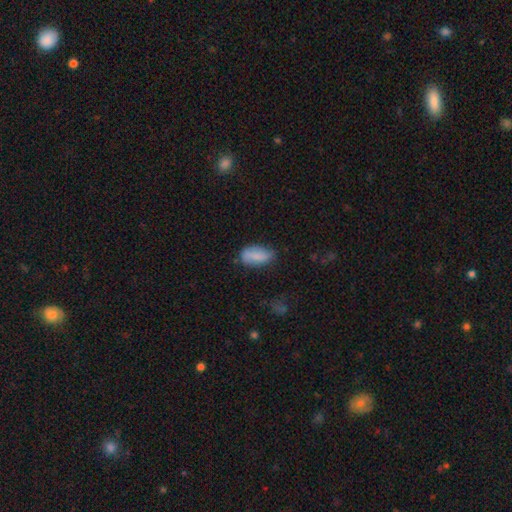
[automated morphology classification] Overall: smooth (80%). How rounded: in between (91%). Merging: none (62%; minor disturbance 29%).